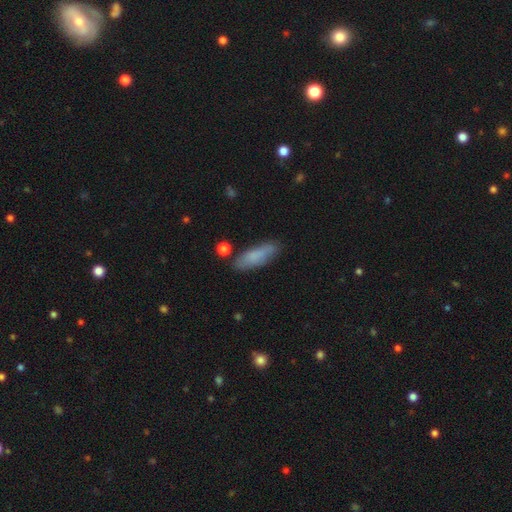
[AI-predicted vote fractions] Smooth or featured? smooth (77%)
How rounded? in between (52%)
Merging? none (76%)